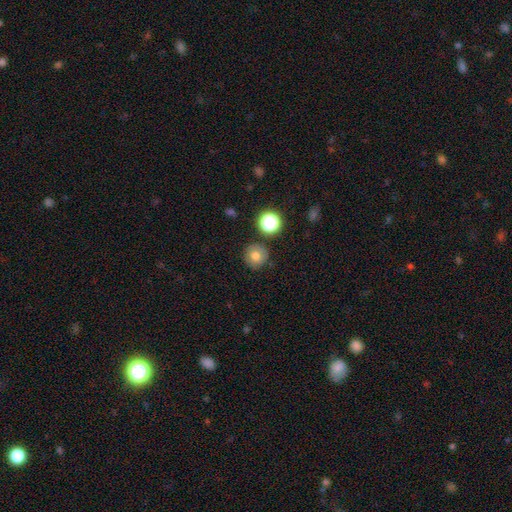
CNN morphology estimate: smooth 75%, star or artifact 13%, featured or disk 12%. Down the decision tree: how rounded — round (94%); merging — none (85%).